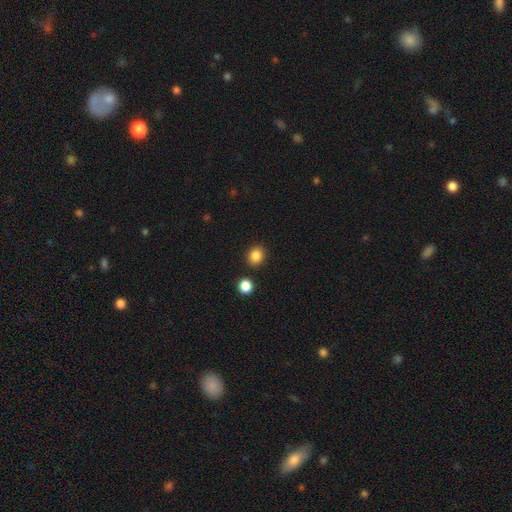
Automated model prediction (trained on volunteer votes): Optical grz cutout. It shows a smooth galaxy with no disk features (86%) that is round (71%). Merging: none (88%).